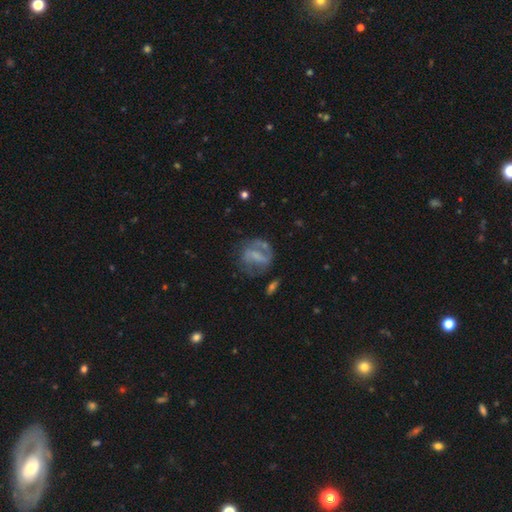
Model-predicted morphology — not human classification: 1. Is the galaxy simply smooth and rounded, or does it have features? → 59% featured or disk, 31% smooth, 9% star or artifact.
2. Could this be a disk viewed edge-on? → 96% no, 4% yes.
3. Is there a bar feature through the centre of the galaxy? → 36% weak, 35% strong, 29% no.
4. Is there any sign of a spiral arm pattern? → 55% yes, 45% no.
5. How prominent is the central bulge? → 47% none, 26% small, 20% moderate, 7% large, 2% dominant.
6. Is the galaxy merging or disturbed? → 53% none, 22% minor disturbance, 20% major disturbance, 5% merger.